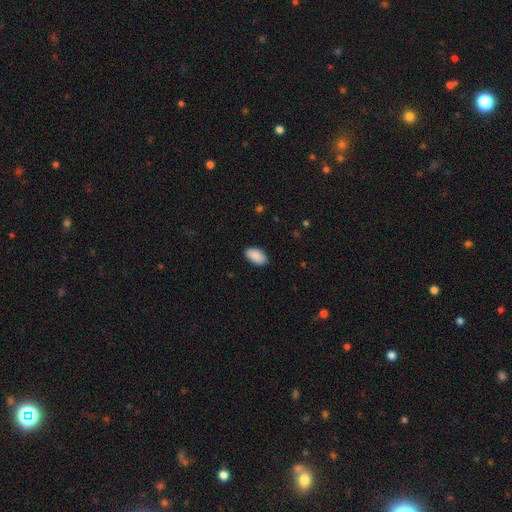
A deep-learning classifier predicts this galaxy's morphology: Smooth or featured: smooth — 90% (star or artifact — 6%)
How rounded: in between — 94% (round — 4%)
Merging: none — 87% (minor disturbance — 10%)